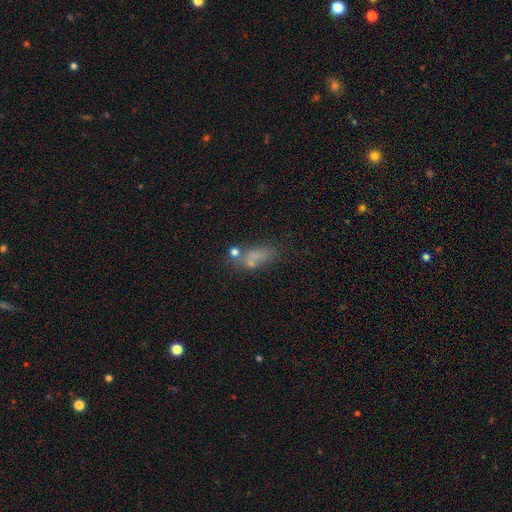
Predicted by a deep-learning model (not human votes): smooth-or-featured: smooth: 59% | featured or disk: 21% | star or artifact: 20%
  how-rounded: in between: 69% | cigar-shaped: 21% | round: 10%
  merging: none: 45% | merger: 21% | minor disturbance: 18% | major disturbance: 16%